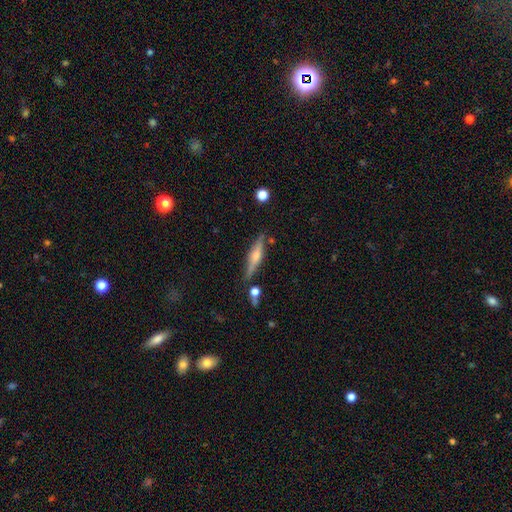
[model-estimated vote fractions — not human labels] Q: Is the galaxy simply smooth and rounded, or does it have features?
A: featured or disk — 63%.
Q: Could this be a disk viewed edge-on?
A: yes — 96%.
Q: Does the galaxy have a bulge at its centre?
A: rounded — 81%.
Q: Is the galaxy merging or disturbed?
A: none — 81%.